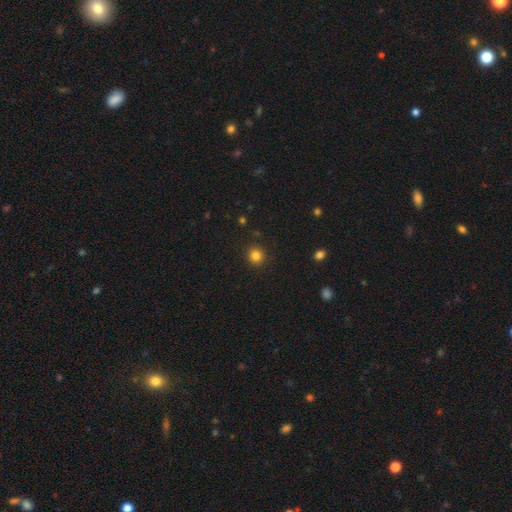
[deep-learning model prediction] Overall: smooth (83%). How rounded: round (91%). Merging: none (91%).